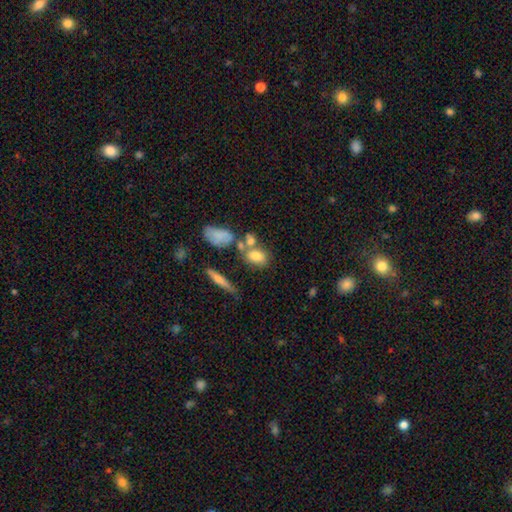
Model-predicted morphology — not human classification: smooth_or_featured: smooth (p=0.72) [alt: featured or disk p=0.18]
how_rounded: in between (p=0.75) [alt: round p=0.19]
merging: none (p=0.46) [alt: merger p=0.32]